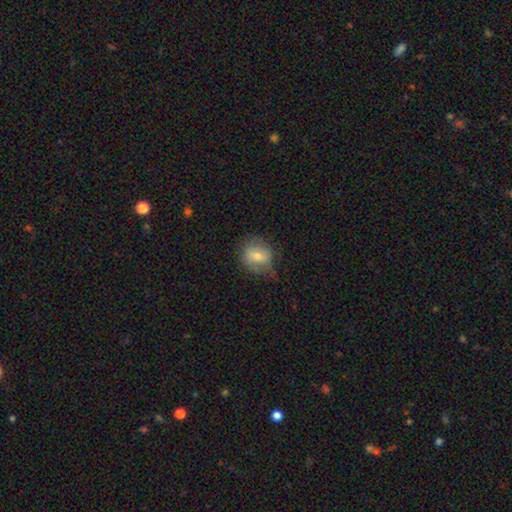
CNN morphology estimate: A smooth galaxy with no disk features (60%) that is round (67%). Merging: none (63%).